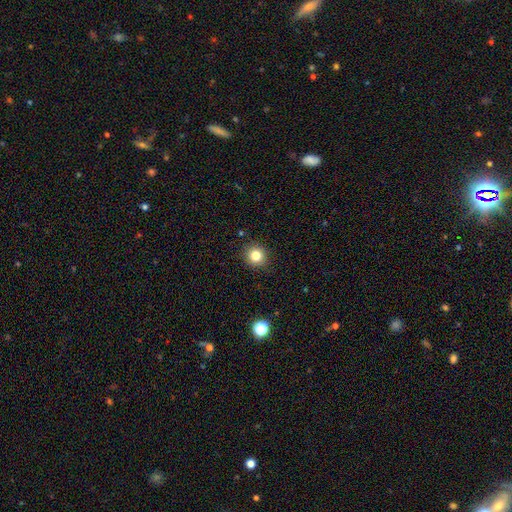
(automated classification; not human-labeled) smooth_or_featured: smooth (p=0.82) [alt: star or artifact p=0.12]
how_rounded: round (p=0.91) [alt: in between p=0.08]
merging: none (p=0.90) [alt: minor disturbance p=0.07]